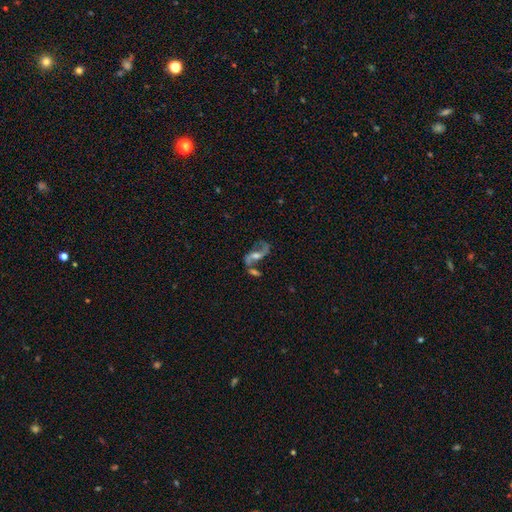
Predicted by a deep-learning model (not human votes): Smooth or featured? Predicted: featured or disk (p=0.81). Edge-on disk? Predicted: no (p=0.93). Bar? Predicted: no (p=0.43). Spiral arms? Predicted: yes (p=0.91). Spiral winding? Predicted: loose (p=0.73). Spiral arm count? Predicted: 2 (p=0.88). Bulge size? Predicted: moderate (p=0.55). Merging? Predicted: none (p=0.46).